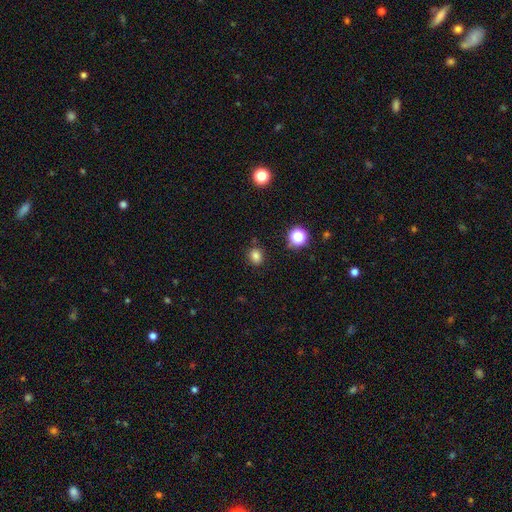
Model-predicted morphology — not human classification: type=smooth (80%); roundness=round (65%); merging=none (84%).